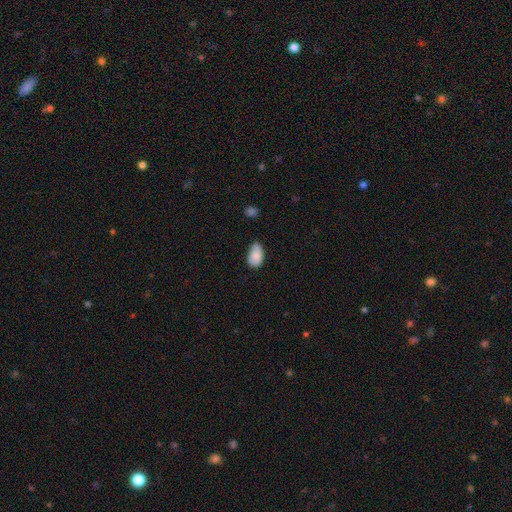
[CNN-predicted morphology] smooth_or_featured: smooth (p=0.85) [alt: featured or disk p=0.08]
how_rounded: in between (p=0.92) [alt: round p=0.07]
merging: none (p=0.51) [alt: minor disturbance p=0.39]